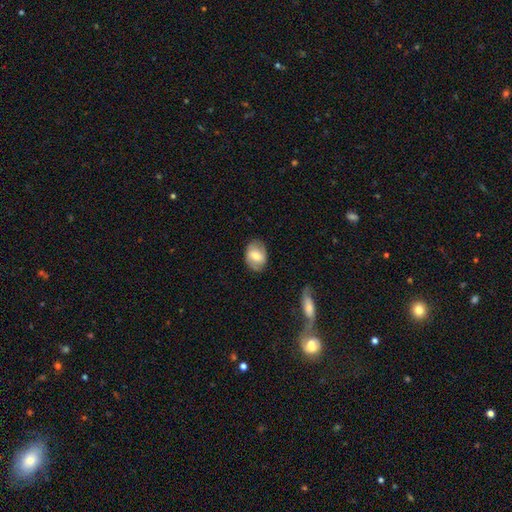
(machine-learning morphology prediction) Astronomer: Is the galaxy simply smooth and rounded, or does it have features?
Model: smooth — 55% (runner-up: featured or disk, 37%).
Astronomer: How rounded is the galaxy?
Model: in between — 71%.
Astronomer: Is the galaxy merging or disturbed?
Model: none — 79%.